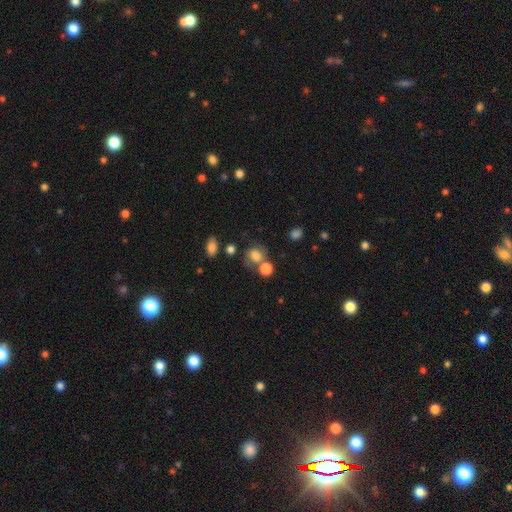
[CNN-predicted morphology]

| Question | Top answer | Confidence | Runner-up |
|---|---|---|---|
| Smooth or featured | smooth | 73% | featured or disk (14%) |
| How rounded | round | 67% | in between (32%) |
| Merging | none | 51% | merger (22%) |